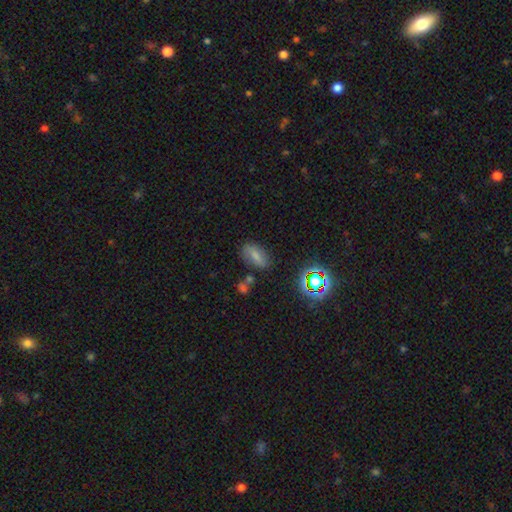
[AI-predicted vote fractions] Smooth or featured?
  - smooth: 64% *
  - featured or disk: 19%
  - star or artifact: 17%
How rounded?
  - in between: 84% *
  - round: 8%
  - cigar-shaped: 7%
Merging?
  - none: 72% *
  - minor disturbance: 18%
  - major disturbance: 5%
  - merger: 5%